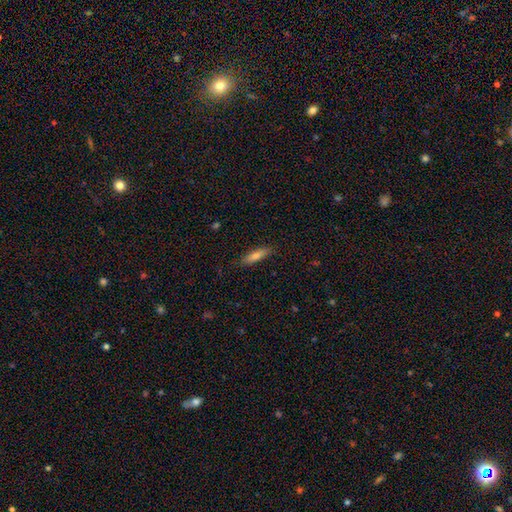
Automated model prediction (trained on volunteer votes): A smooth galaxy with no disk features (70%) that is cigar-shaped (73%). Merging: none (87%).